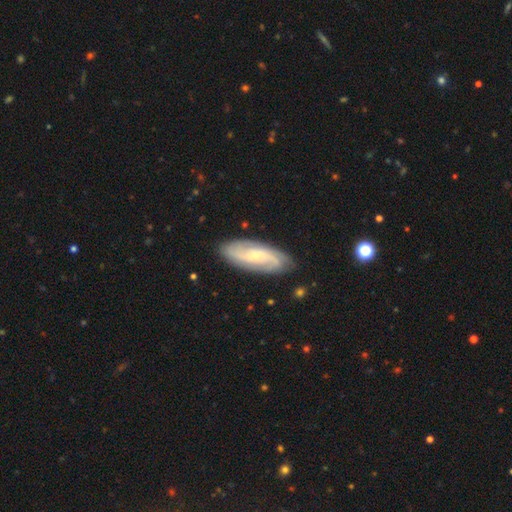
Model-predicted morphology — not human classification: This is likely a featured or disk galaxy (68%). It is clearly not viewed edge-on (90%). Bar: possibly no (45%). Spiral arm pattern: clearly yes (92%). Spiral arm count: likely 2 (65%). Spiral winding: marginally medium (39%). Central bulge: likely small (67%). Merging: clearly none (85%).